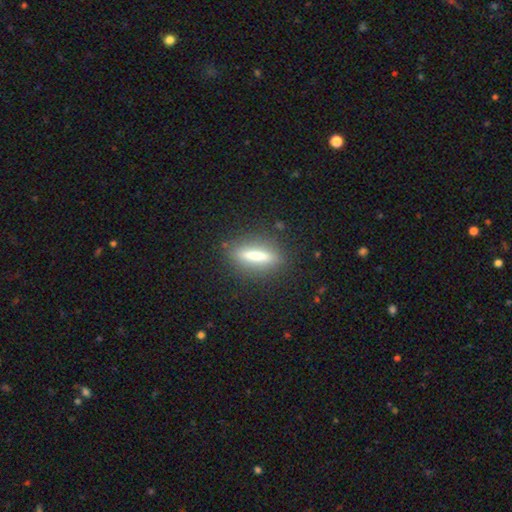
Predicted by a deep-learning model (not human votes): Smooth or featured?
  - smooth: 53% *
  - featured or disk: 36%
  - star or artifact: 10%
How rounded?
  - cigar-shaped: 74% *
  - in between: 23%
  - round: 3%
Merging?
  - none: 86% *
  - minor disturbance: 9%
  - major disturbance: 3%
  - merger: 1%